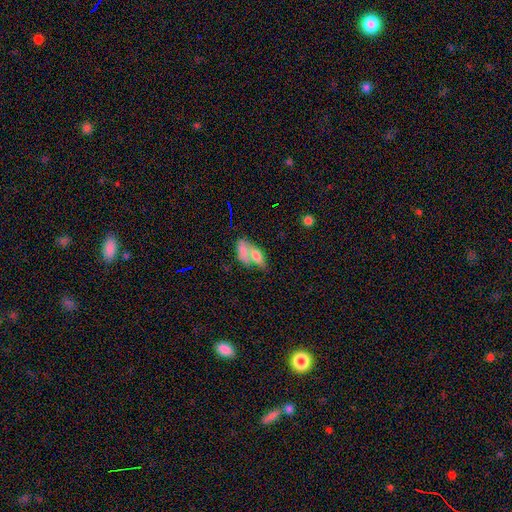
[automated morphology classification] Smooth or featured? Predicted: smooth (p=0.70). How rounded? Predicted: in between (p=0.79). Merging? Predicted: merger (p=0.61).